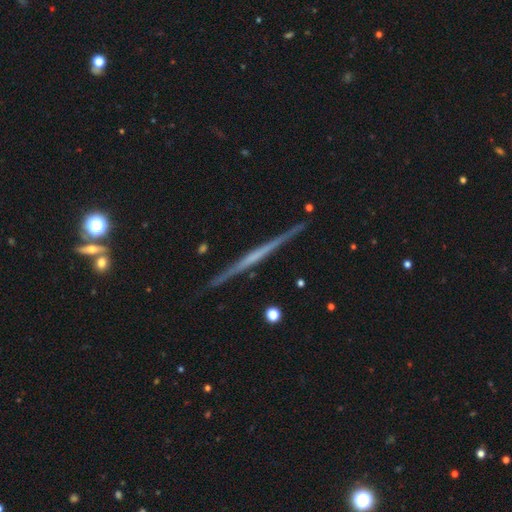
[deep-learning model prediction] Q: Smooth or featured?
A: featured or disk (75%); runner-up: smooth (19%)
Q: Edge-on disk?
A: yes (98%); runner-up: no (2%)
Q: Edge-on bulge?
A: none (77%); runner-up: rounded (15%)
Q: Merging?
A: none (92%); runner-up: minor disturbance (6%)